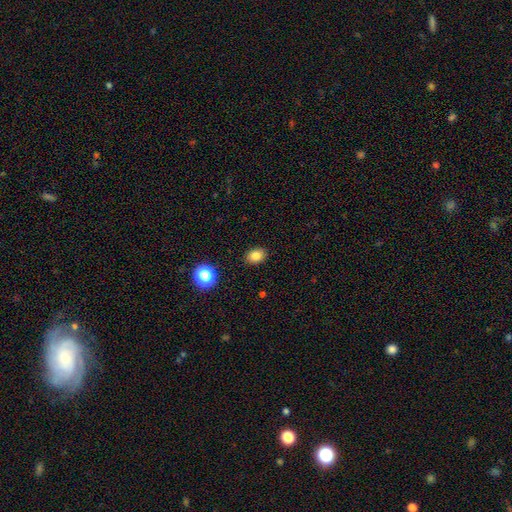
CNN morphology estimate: A smooth galaxy with no disk features (82%) that is in between round and cigar-shaped (65%). Merging: none (88%).